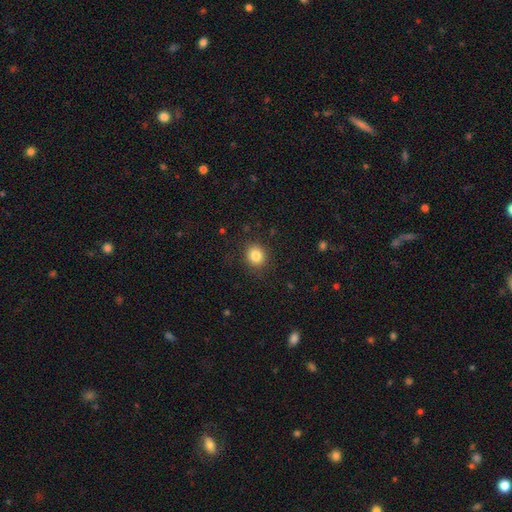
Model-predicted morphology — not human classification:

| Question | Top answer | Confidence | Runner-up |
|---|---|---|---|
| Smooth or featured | smooth | 84% | star or artifact (11%) |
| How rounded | round | 80% | in between (19%) |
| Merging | none | 88% | minor disturbance (8%) |